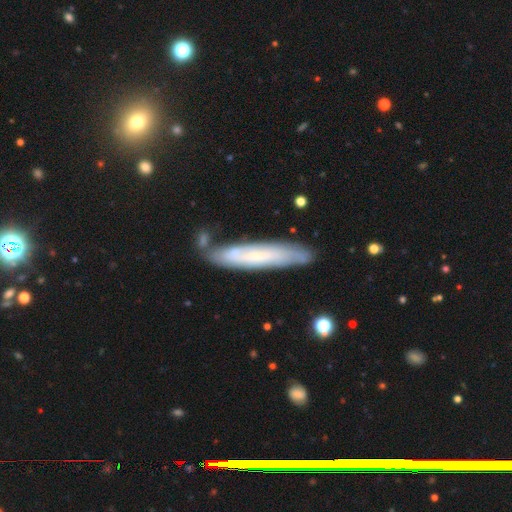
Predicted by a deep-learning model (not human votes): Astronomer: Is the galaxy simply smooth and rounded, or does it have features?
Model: featured or disk — 47% (runner-up: smooth, 46%).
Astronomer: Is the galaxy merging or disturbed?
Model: none — 72%.